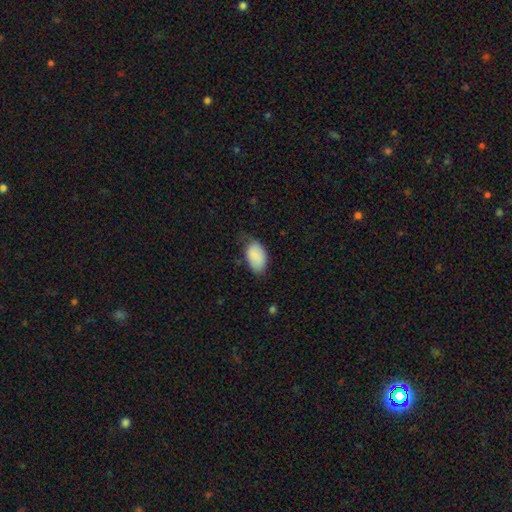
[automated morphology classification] type=smooth (84%); roundness=in between (93%); merging=none (51%).